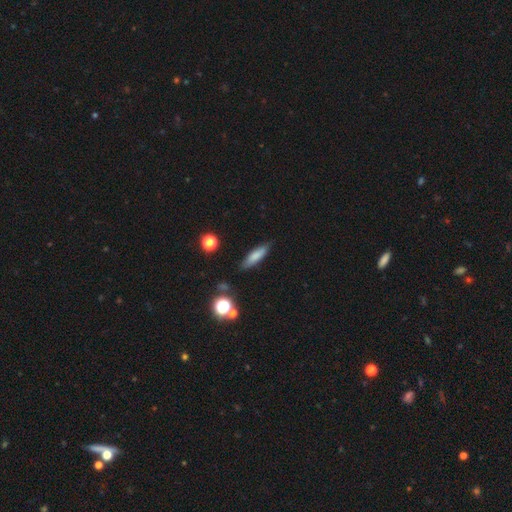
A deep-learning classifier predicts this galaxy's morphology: smooth 76%, featured or disk 16%, star or artifact 9%. Down the decision tree: how rounded — cigar-shaped (66%); merging — none (83%).